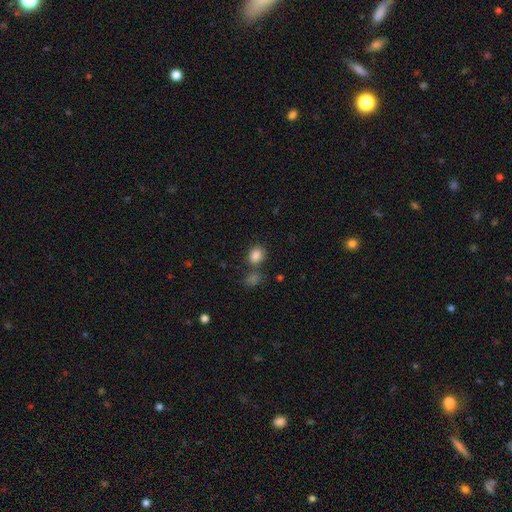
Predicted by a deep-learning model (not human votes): This appears to be a smooth galaxy with no disk features (85%) that is round (59%). Merging: none (63%).